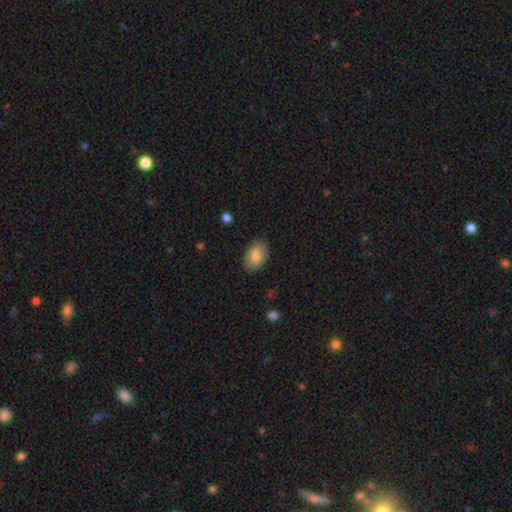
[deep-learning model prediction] A smooth galaxy with no disk features (81%) that is in between round and cigar-shaped (90%). Merging: none (87%).